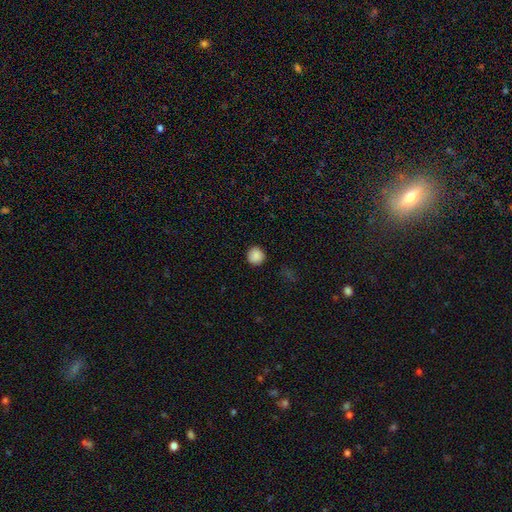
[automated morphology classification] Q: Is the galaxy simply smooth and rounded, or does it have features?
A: smooth — 88%.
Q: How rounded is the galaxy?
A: round — 94%.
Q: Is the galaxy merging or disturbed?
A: none — 92%.